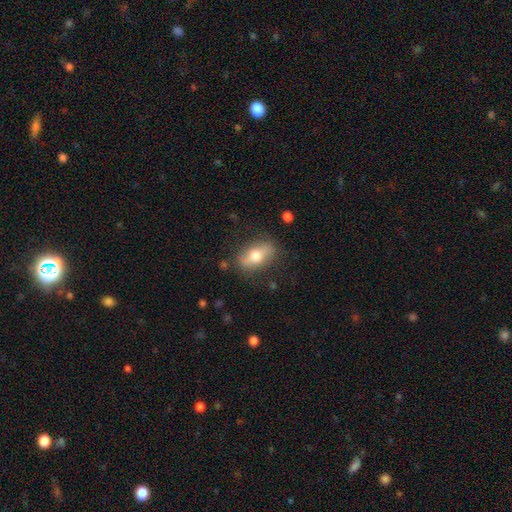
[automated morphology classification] A smooth galaxy with no disk features (63%) that is in between round and cigar-shaped (83%). Merging: none (77%).